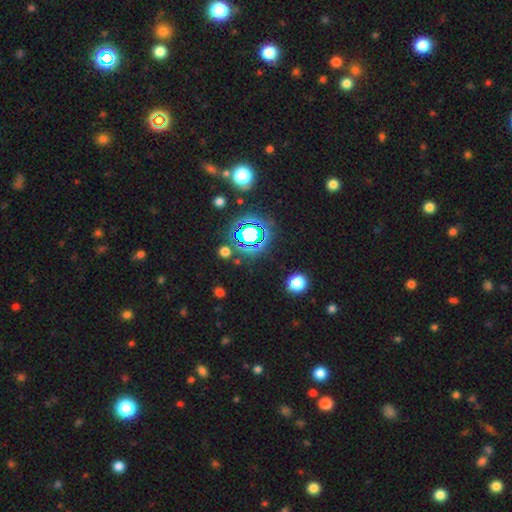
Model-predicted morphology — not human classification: type=star or artifact (77%).